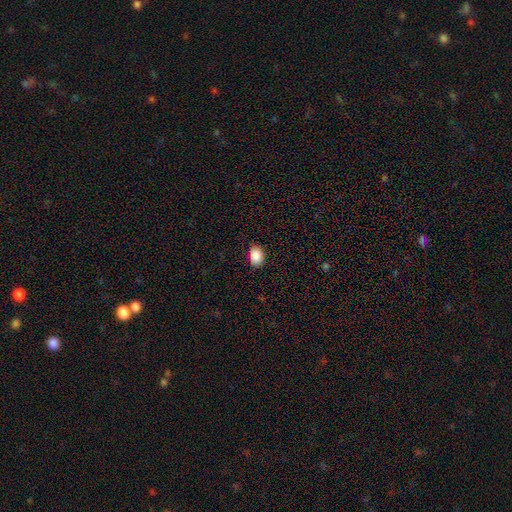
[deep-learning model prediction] Smooth or featured? smooth (89%)
How rounded? in between (76%)
Merging? none (86%)